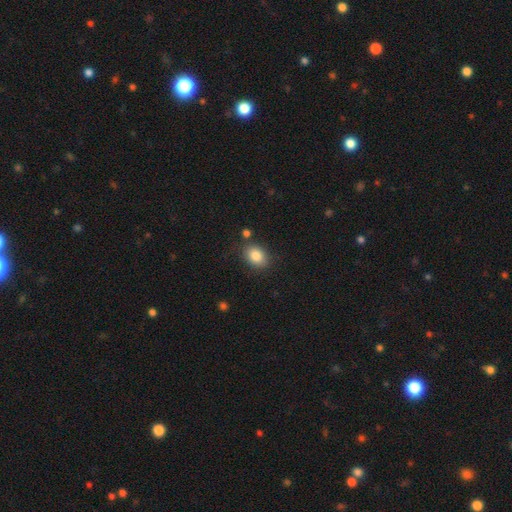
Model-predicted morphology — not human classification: The model was most divided on "how rounded": in between: 68%, round: 31%, cigar-shaped: 1%. More confident: smooth or featured — smooth (85%); merging — none (80%).